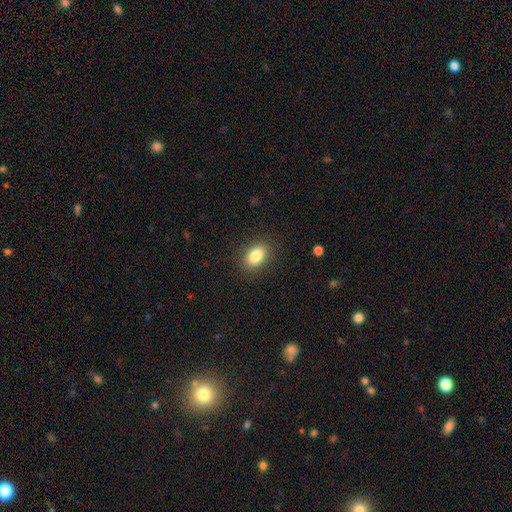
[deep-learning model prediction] A smooth galaxy with no disk features (85%) that is in between round and cigar-shaped (81%).

Vote fractions:
- Smooth or featured? smooth: 85% / star or artifact: 9% / featured or disk: 7%
- How rounded? in between: 81% / round: 18% / cigar-shaped: 1%
- Merging? none: 87% / minor disturbance: 9% / major disturbance: 3% / merger: 1%